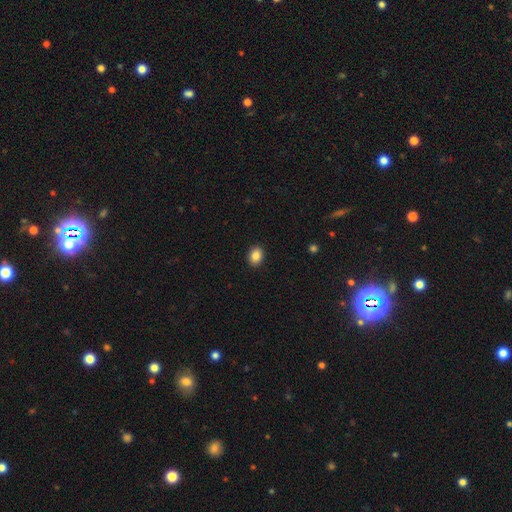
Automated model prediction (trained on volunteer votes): Smooth or featured? Predicted: smooth (p=0.86). How rounded? Predicted: in between (p=0.60). Merging? Predicted: none (p=0.91).